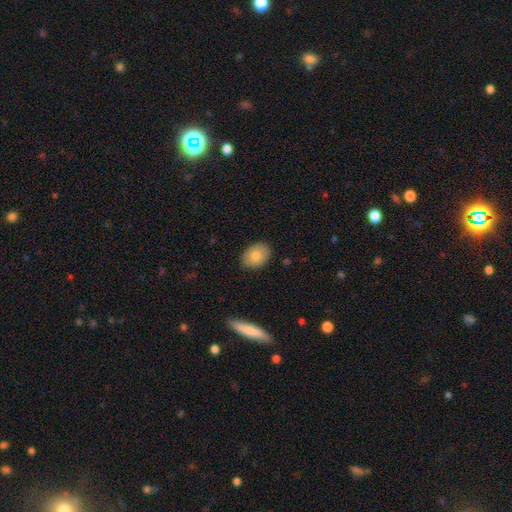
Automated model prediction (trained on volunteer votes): This appears to be a smooth galaxy with no disk features (78%) that is in between round and cigar-shaped (75%). Merging: none (88%).